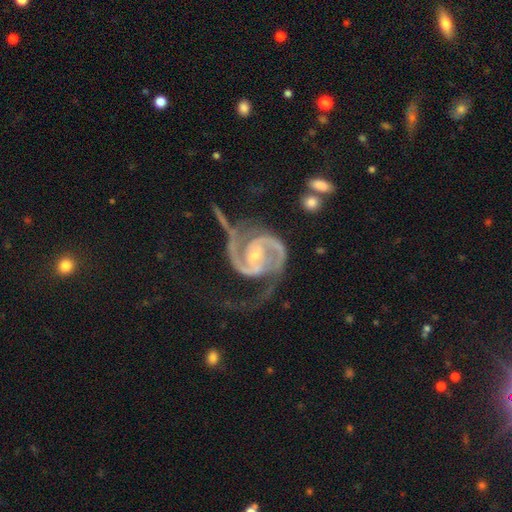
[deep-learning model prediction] A featured or disk galaxy (94%) with a weak bar (41%), 2 (89%) medium (56%) spiral arms (99%) and a small central bulge (66%).

Vote fractions:
- Smooth or featured? featured or disk: 94% / star or artifact: 4% / smooth: 2%
- Edge-on disk? no: 98% / yes: 2%
- Bar? weak: 41% / no: 33% / strong: 26%
- Spiral arms? yes: 99% / no: 1%
- Spiral winding? medium: 56% / tight: 32% / loose: 13%
- Spiral arm count? 2: 89% / 3: 4% / can't tell: 2% / 1: 2% / 4: 1% / more than 4: 1%
- Bulge size? small: 66% / moderate: 30% / none: 2% / large: 1% / dominant: 1%
- Merging? none: 53% / major disturbance: 21% / minor disturbance: 21% / merger: 5%